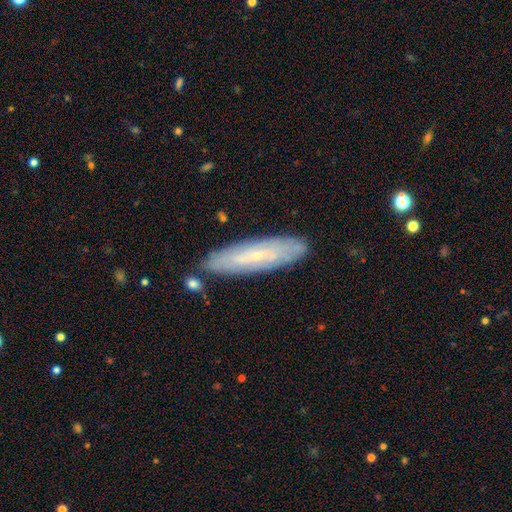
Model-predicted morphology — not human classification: This is possibly a featured or disk galaxy (54%). It is possibly not viewed edge-on (60%). Merging: clearly none (83%).